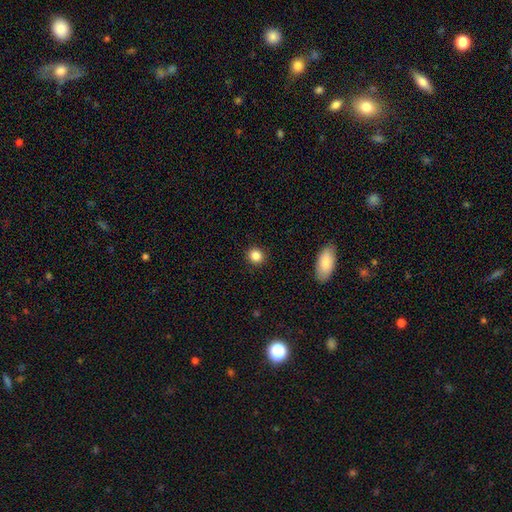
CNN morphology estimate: smooth 86%, star or artifact 10%, featured or disk 4%. Down the decision tree: how rounded — round (85%); merging — none (92%).